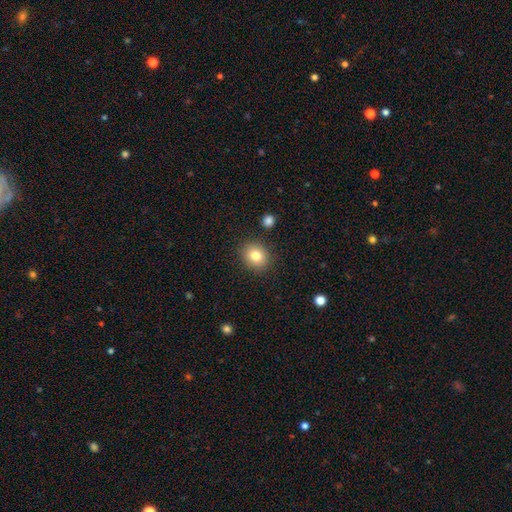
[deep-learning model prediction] smooth_or_featured: smooth (p=0.82) [alt: star or artifact p=0.10]
how_rounded: round (p=0.71) [alt: in between p=0.28]
merging: none (p=0.87) [alt: minor disturbance p=0.08]